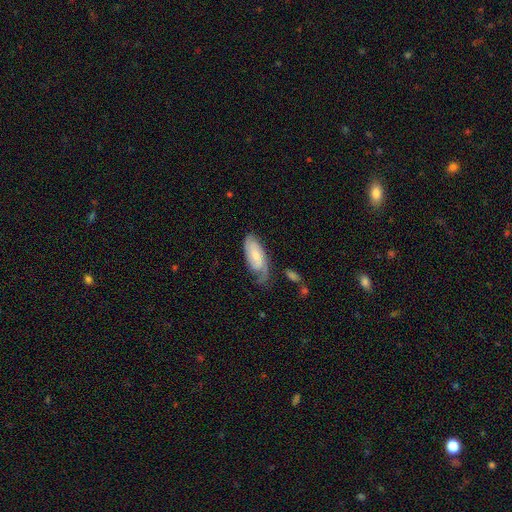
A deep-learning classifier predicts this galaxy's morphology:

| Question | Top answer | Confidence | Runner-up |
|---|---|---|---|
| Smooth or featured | featured or disk | 55% | smooth (39%) |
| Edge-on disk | no | 90% | yes (10%) |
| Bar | no | 60% | weak (32%) |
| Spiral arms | yes | 89% | no (11%) |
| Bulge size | small | 46% | moderate (37%) |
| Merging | none | 48% | minor disturbance (31%) |